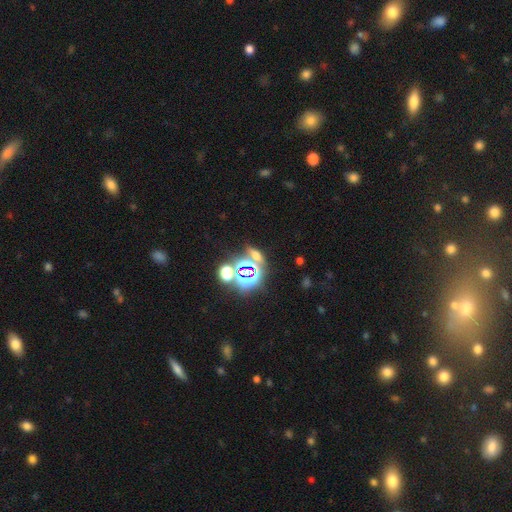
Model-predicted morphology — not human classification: Smooth or featured? star or artifact (53%)